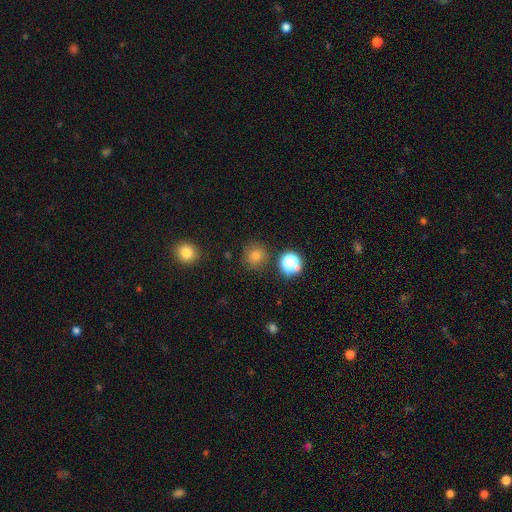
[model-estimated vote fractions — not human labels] This is likely a smooth galaxy (76%). How rounded: clearly round (92%). Merging: clearly none (84%).